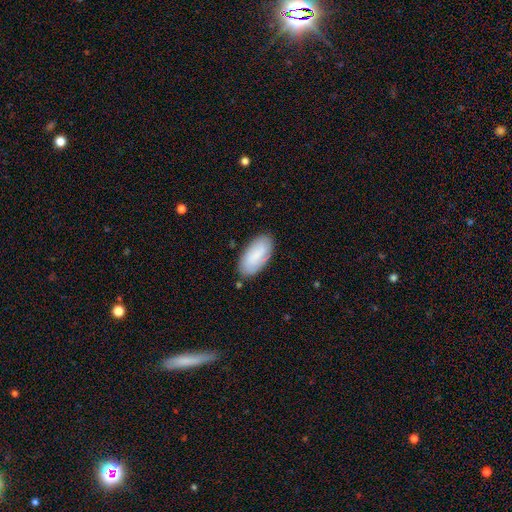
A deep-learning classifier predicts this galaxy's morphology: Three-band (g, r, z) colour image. It shows a smooth galaxy with no disk features (78%) that is in between round and cigar-shaped (93%). Merging: none (82%).